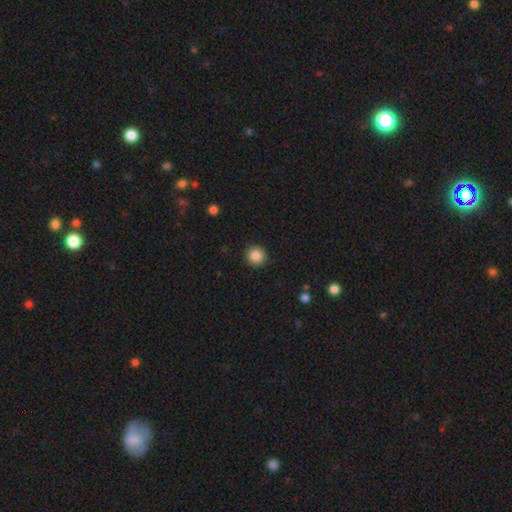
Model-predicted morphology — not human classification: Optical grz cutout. It shows a smooth galaxy with no disk features (86%) that is round (91%). Merging: none (91%).